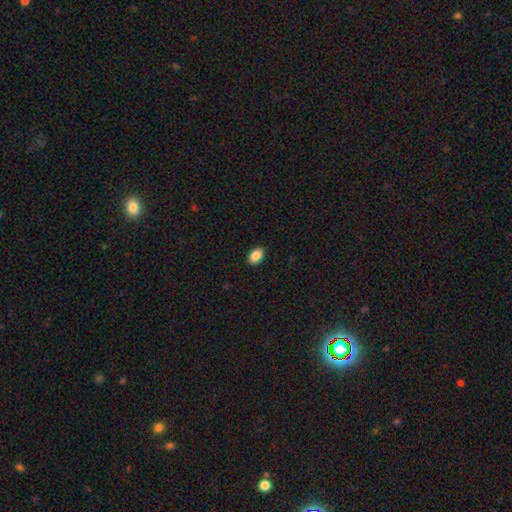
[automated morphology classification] smooth 87%, star or artifact 8%, featured or disk 5%. Down the decision tree: how rounded — in between (88%); merging — none (90%).